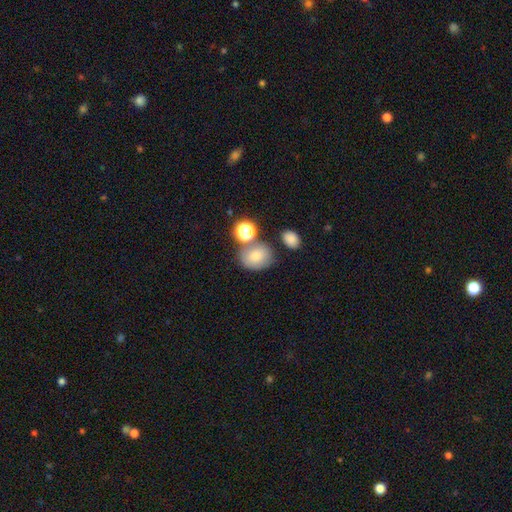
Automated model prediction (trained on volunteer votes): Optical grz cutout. It shows a smooth galaxy with no disk features (68%) that is in between round and cigar-shaped (52%). Merging: none (64%).